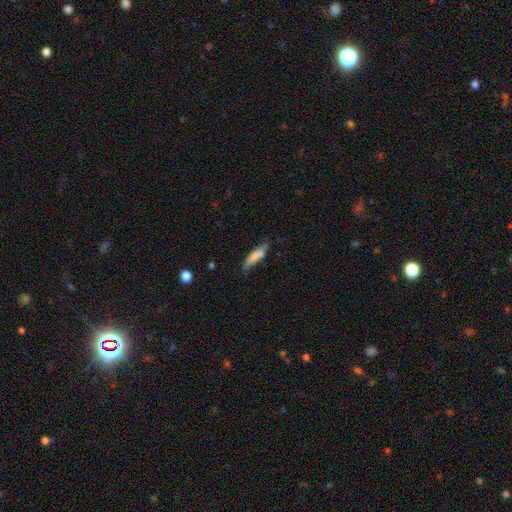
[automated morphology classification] A smooth galaxy with no disk features (72%) that is cigar-shaped (76%). Merging: none (59%).